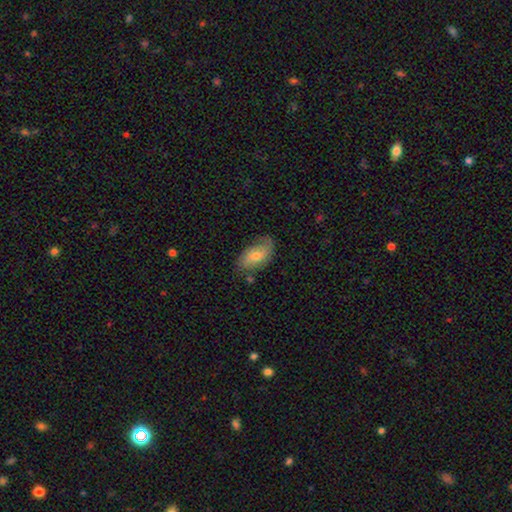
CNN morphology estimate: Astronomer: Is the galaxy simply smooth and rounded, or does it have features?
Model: smooth — 48% (runner-up: featured or disk, 45%).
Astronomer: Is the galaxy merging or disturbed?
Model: none — 65%.